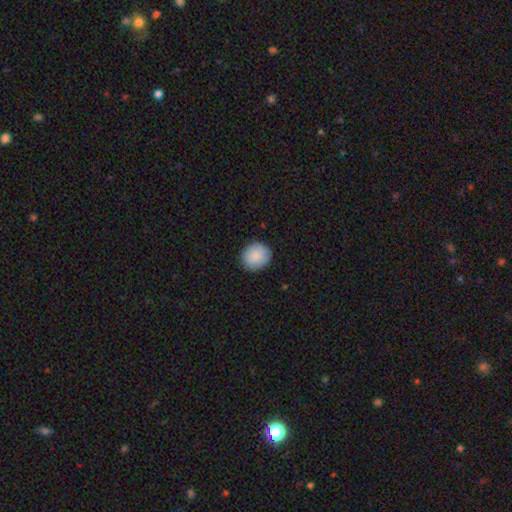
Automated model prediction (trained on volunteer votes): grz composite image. It shows a smooth galaxy with no disk features (88%) that is round (79%). Merging: none (88%).